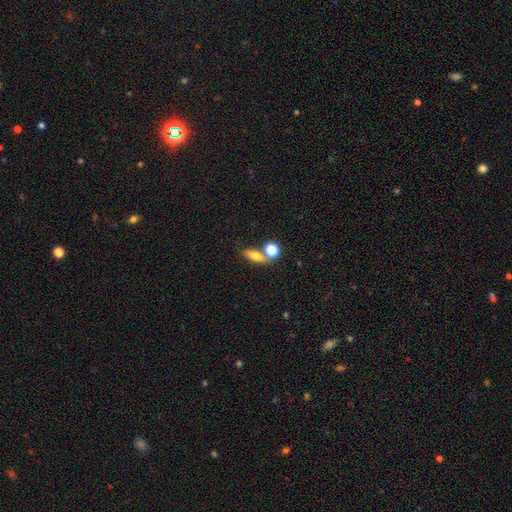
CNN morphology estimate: Smooth or featured? Predicted: smooth (p=0.67). How rounded? Predicted: in between (p=0.57). Merging? Predicted: none (p=0.52).